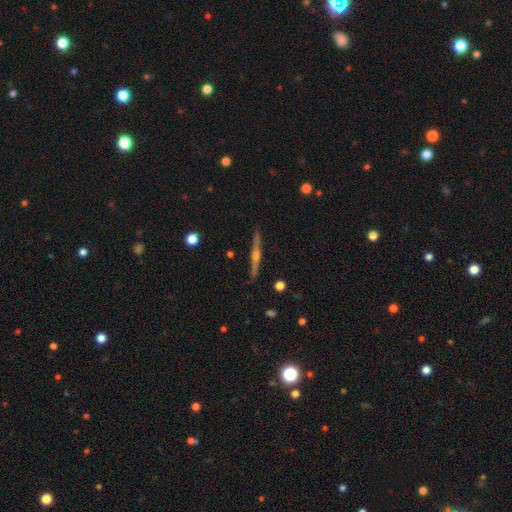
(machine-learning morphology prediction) A featured or disk galaxy (82%) viewed edge-on (98%) with a rounded central bulge (90%).

Vote fractions:
- Smooth or featured? featured or disk: 82% / smooth: 13% / star or artifact: 6%
- Edge-on disk? yes: 98% / no: 2%
- Edge-on bulge? rounded: 90% / boxy: 6% / none: 5%
- Merging? none: 92% / minor disturbance: 6% / major disturbance: 1% / merger: 1%